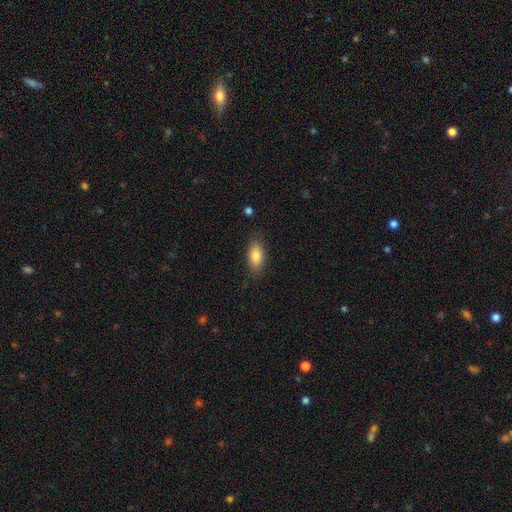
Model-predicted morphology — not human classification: This is clearly a smooth galaxy (83%). How rounded: clearly in between (86%). Merging: clearly none (82%).